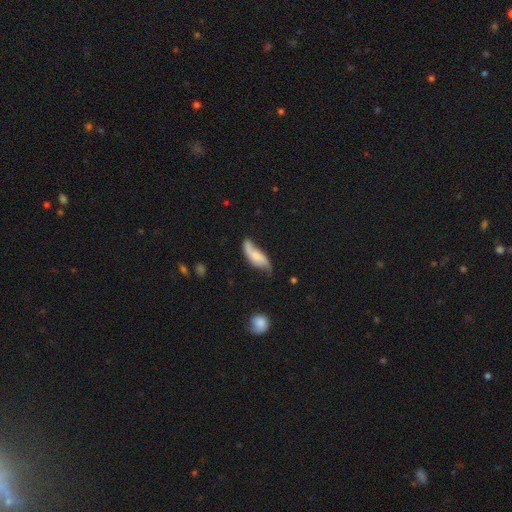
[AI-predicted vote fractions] smooth_or_featured: featured or disk (p=0.52) [alt: smooth p=0.41]
disk_edge_on: no (p=0.86) [alt: yes p=0.14]
merging: none (p=0.47) [alt: minor disturbance p=0.33]